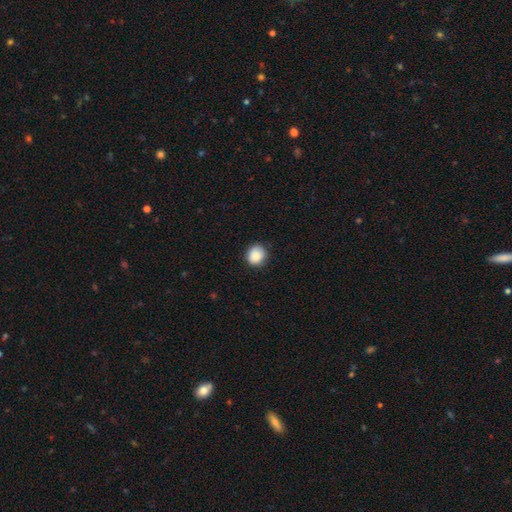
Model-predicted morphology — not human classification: smooth-or-featured: smooth: 87% | star or artifact: 8% | featured or disk: 5%
  how-rounded: round: 83% | in between: 17% | cigar-shaped: 1%
  merging: none: 84% | minor disturbance: 12% | major disturbance: 2% | merger: 1%